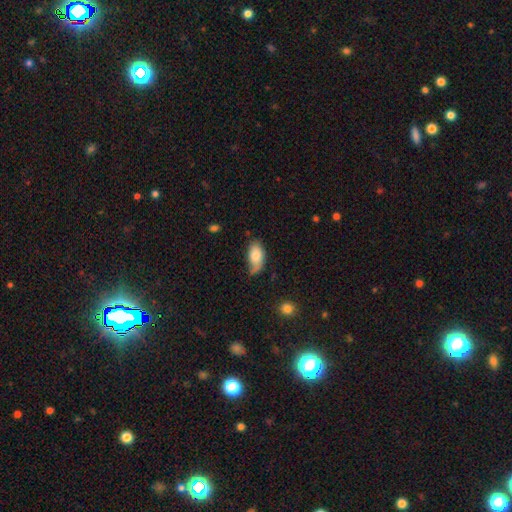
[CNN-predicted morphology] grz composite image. It shows a smooth galaxy with no disk features (76%) that is in between round and cigar-shaped (93%). Merging: none (48%).